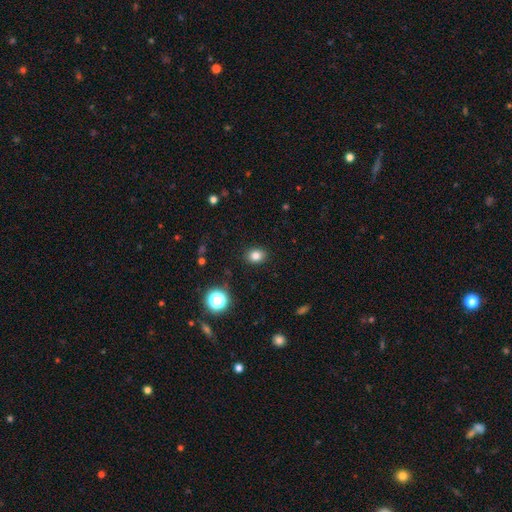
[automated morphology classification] smooth-or-featured: smooth: 81% | star or artifact: 13% | featured or disk: 6%
  how-rounded: in between: 54% | round: 46% | cigar-shaped: 1%
  merging: none: 89% | minor disturbance: 7% | major disturbance: 2% | merger: 1%